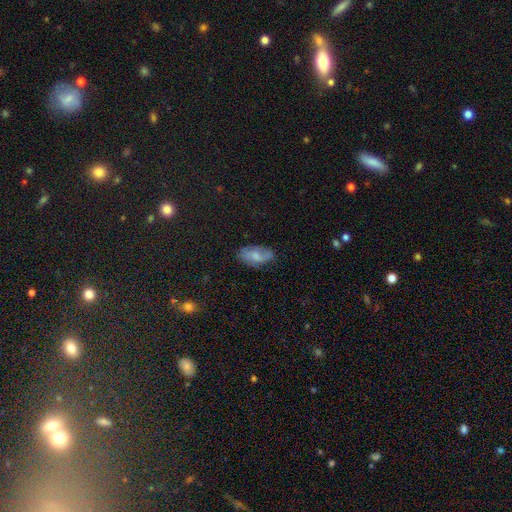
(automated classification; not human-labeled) smooth_or_featured: smooth (p=0.61) [alt: featured or disk p=0.30]
how_rounded: in between (p=0.93) [alt: round p=0.04]
merging: none (p=0.64) [alt: minor disturbance p=0.26]